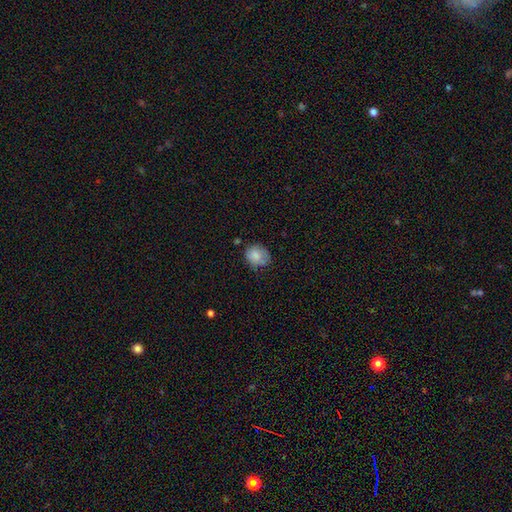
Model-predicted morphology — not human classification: smooth-or-featured: smooth: 82% | featured or disk: 10% | star or artifact: 8%
  how-rounded: round: 67% | in between: 32% | cigar-shaped: 1%
  merging: none: 65% | minor disturbance: 26% | major disturbance: 6% | merger: 4%